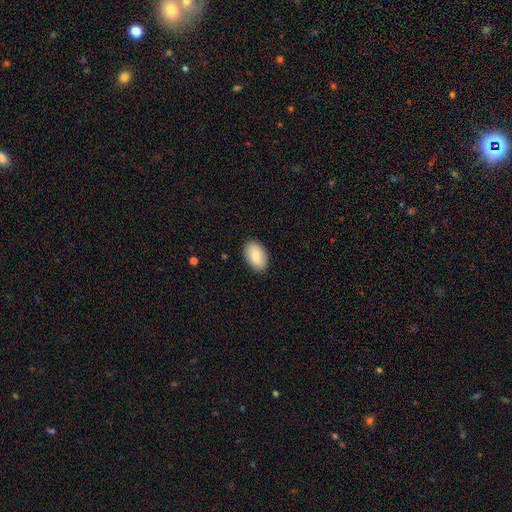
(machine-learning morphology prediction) The model was most divided on "smooth or featured": smooth: 85%, featured or disk: 9%, star or artifact: 6%. More confident: how rounded — in between (93%); merging — none (89%).